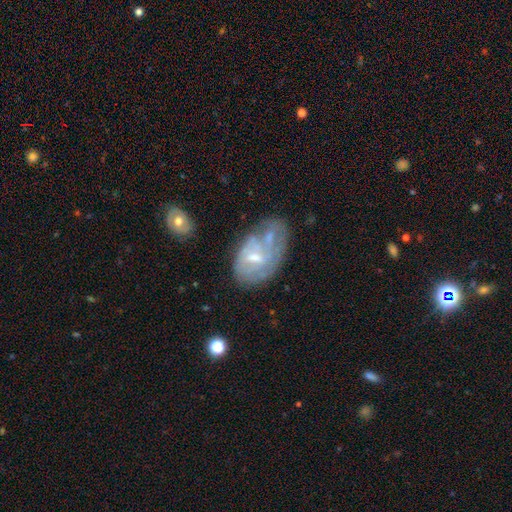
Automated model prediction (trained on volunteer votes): smooth_or_featured: featured or disk (p=0.62) [alt: smooth p=0.29]
disk_edge_on: no (p=0.95) [alt: yes p=0.05]
bar: weak (p=0.46) [alt: no p=0.45]
has_spiral_arms: yes (p=0.52) [alt: no p=0.48]
bulge_size: small (p=0.47) [alt: moderate p=0.41]
merging: none (p=0.34) [alt: minor disturbance p=0.28]